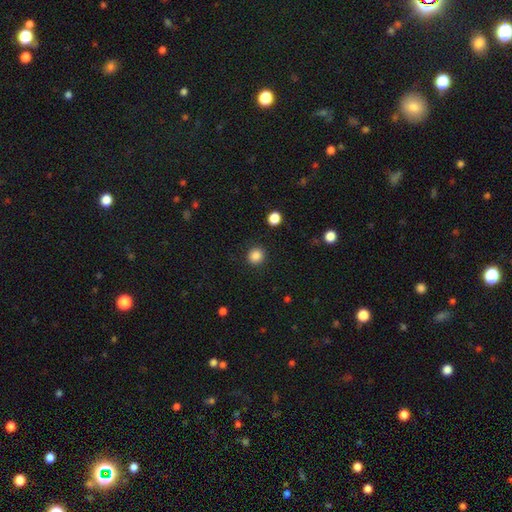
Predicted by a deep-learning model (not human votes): smooth_or_featured: smooth (p=0.86) [alt: star or artifact p=0.11]
how_rounded: round (p=0.89) [alt: in between p=0.10]
merging: none (p=0.91) [alt: minor disturbance p=0.06]